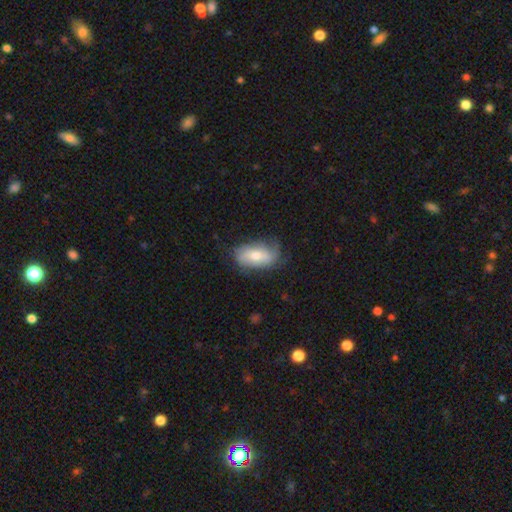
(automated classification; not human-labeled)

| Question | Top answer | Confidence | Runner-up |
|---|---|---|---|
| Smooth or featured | smooth | 47% | featured or disk (46%) |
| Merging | none | 59% | minor disturbance (28%) |